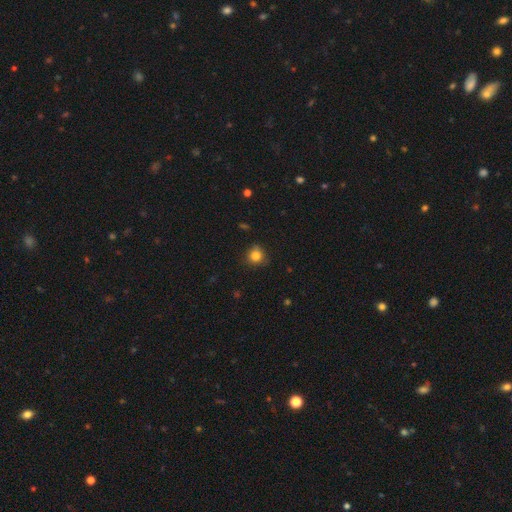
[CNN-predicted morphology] A smooth galaxy with no disk features (83%) that is round (89%). Merging: none (79%).